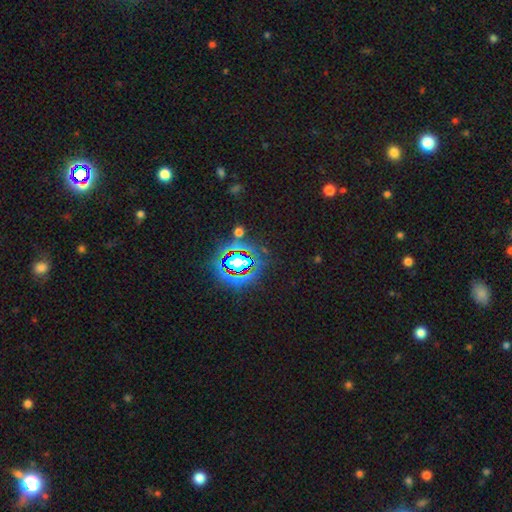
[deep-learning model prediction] Smooth or featured: star or artifact — 81% (smooth — 12%)